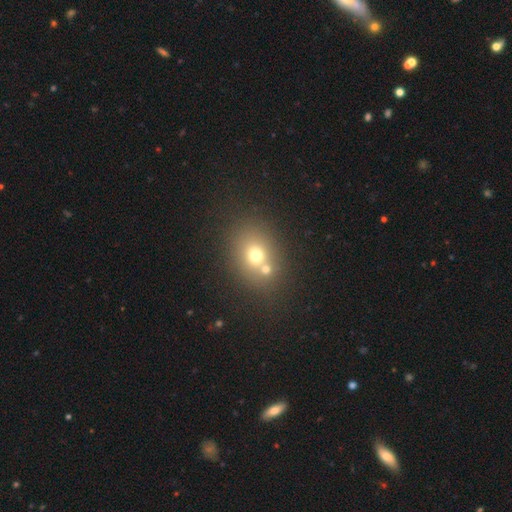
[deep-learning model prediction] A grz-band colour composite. It shows a smooth galaxy with no disk features (67%) that is round (55%). Merging: none (50%).